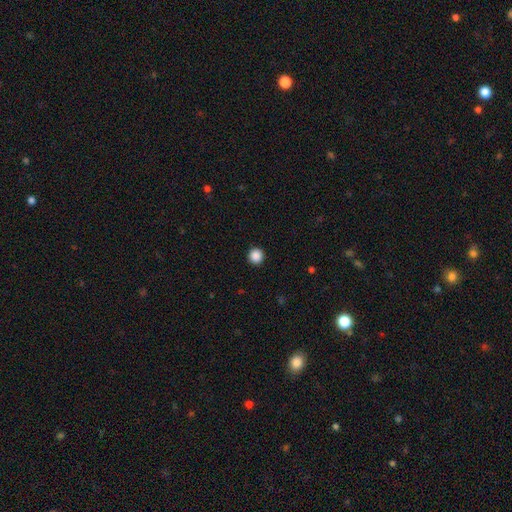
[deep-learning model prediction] Morphology: type=smooth (88%); roundness=round (96%); merging=none (93%).